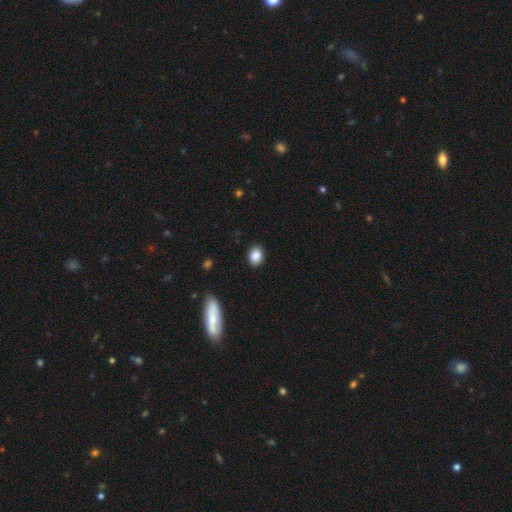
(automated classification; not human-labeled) The model was most divided on "how rounded": in between: 63%, round: 35%, cigar-shaped: 1%. More confident: smooth or featured — smooth (87%); merging — none (87%).